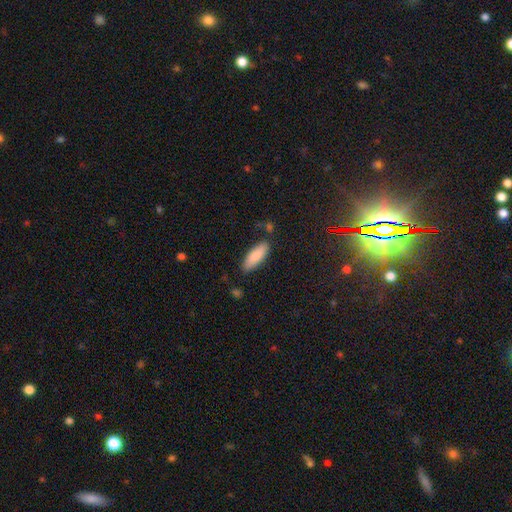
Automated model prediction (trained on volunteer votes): Smooth or featured? smooth (85%)
How rounded? in between (66%)
Merging? none (81%)